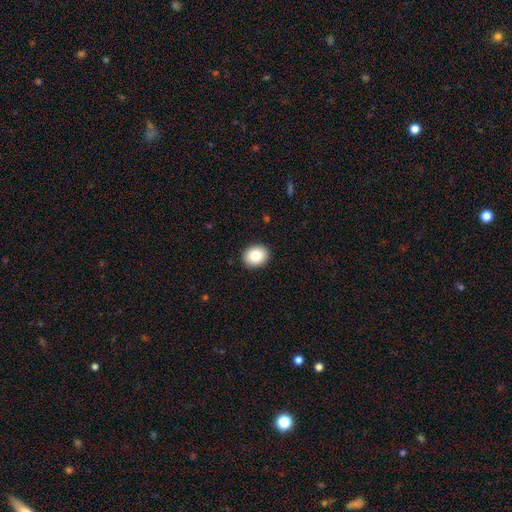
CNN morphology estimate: Smooth or featured? Predicted: smooth (p=0.83). How rounded? Predicted: round (p=0.61). Merging? Predicted: none (p=0.91).